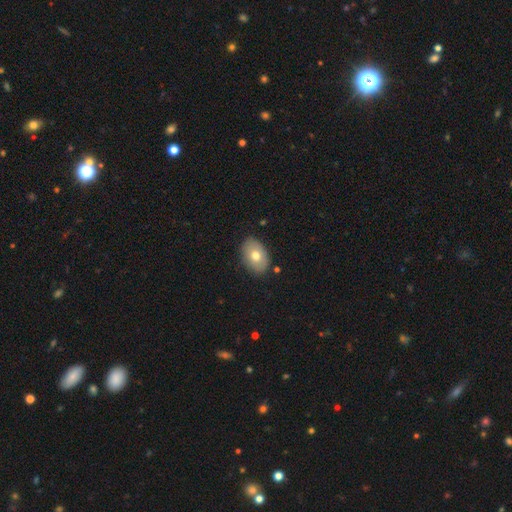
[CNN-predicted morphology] Smooth or featured: smooth — 72% (featured or disk — 21%)
How rounded: in between — 85% (round — 14%)
Merging: none — 84% (minor disturbance — 12%)